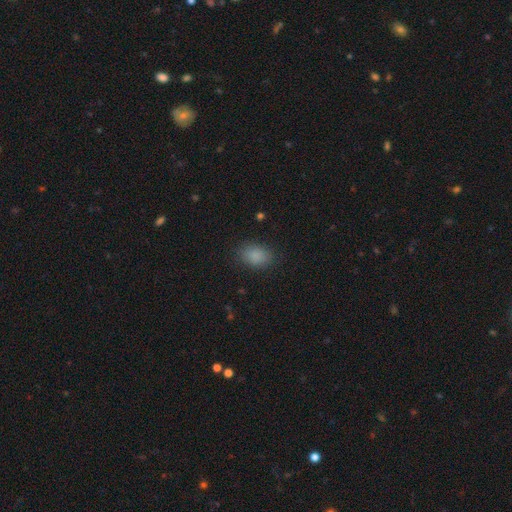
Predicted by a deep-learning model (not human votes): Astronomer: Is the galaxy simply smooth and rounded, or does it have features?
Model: smooth — 86%.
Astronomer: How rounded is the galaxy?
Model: in between — 81%.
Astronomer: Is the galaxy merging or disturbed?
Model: none — 84%.